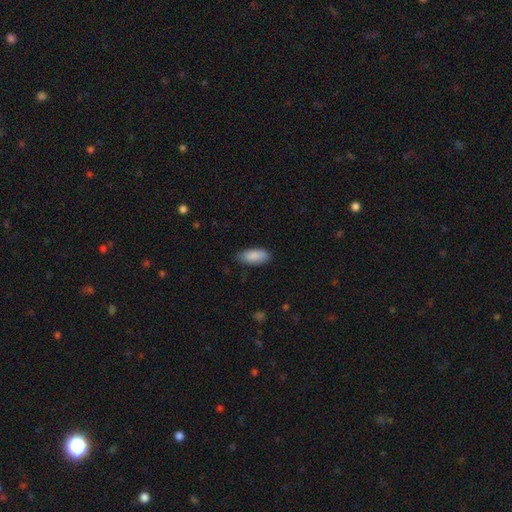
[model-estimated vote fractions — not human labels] Overall: smooth (89%). How rounded: in between (87%). Merging: none (82%).